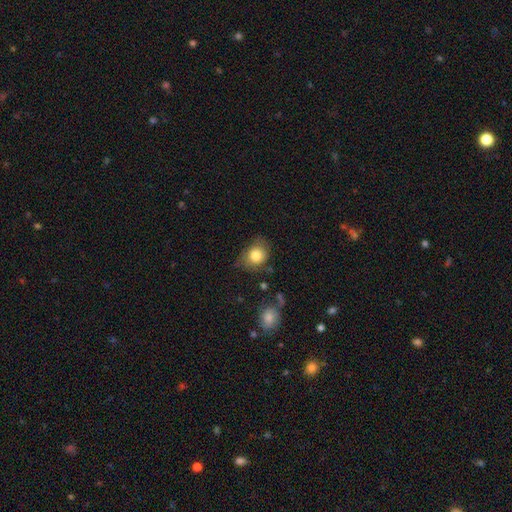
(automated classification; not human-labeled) smooth_or_featured: smooth (p=0.80) [alt: featured or disk p=0.11]
how_rounded: round (p=0.61) [alt: in between p=0.38]
merging: none (p=0.62) [alt: minor disturbance p=0.27]